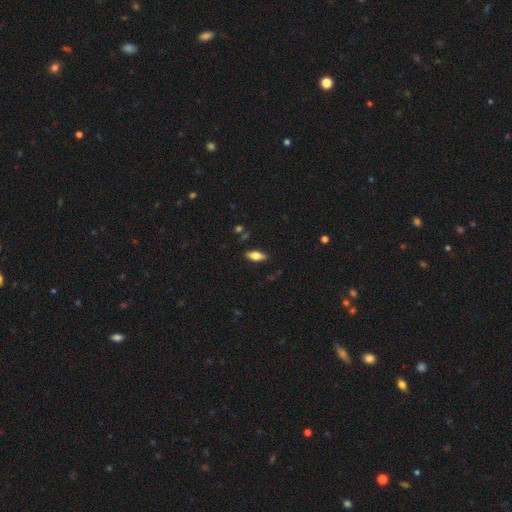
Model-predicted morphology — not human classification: A smooth galaxy with no disk features (66%) that is in between round and cigar-shaped (78%).

Vote fractions:
- Smooth or featured? smooth: 66% / featured or disk: 27% / star or artifact: 8%
- How rounded? in between: 78% / cigar-shaped: 19% / round: 3%
- Merging? none: 86% / minor disturbance: 10% / major disturbance: 2% / merger: 2%